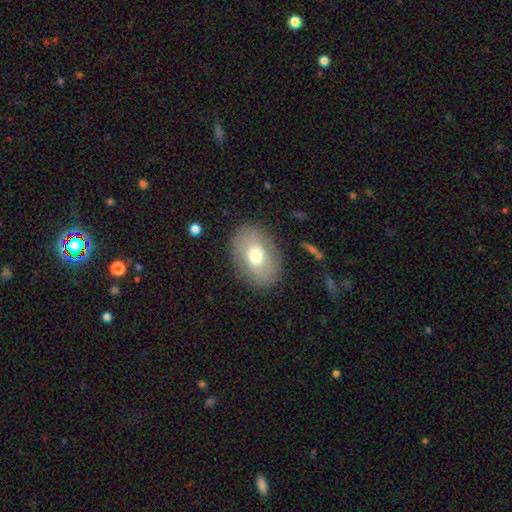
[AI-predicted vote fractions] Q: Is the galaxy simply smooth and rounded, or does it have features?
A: smooth — 67%.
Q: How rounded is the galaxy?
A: in between — 83%.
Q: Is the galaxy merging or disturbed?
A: none — 85%.